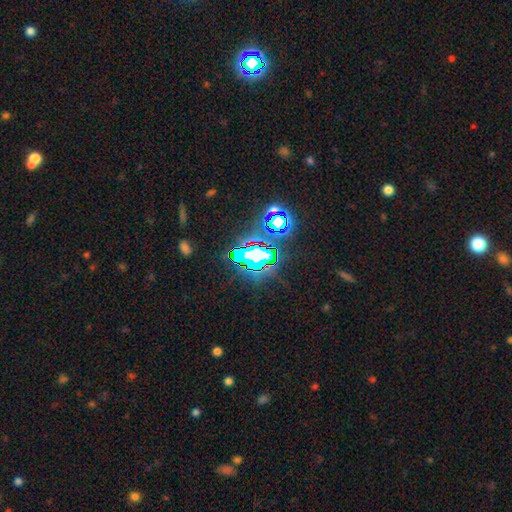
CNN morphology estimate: Overall: star or artifact (74%).